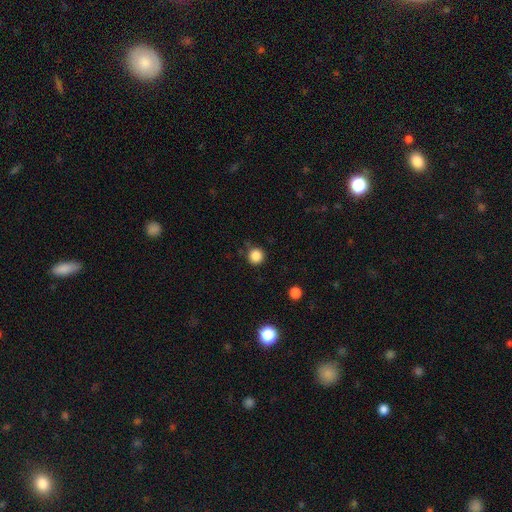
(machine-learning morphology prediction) smooth 86%, star or artifact 11%, featured or disk 3%. Down the decision tree: how rounded — round (95%); merging — none (85%).